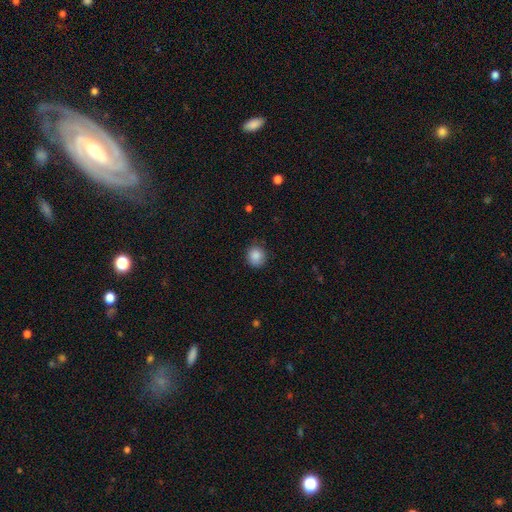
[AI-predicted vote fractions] Morphology: type=smooth (88%); roundness=round (87%); merging=none (83%).